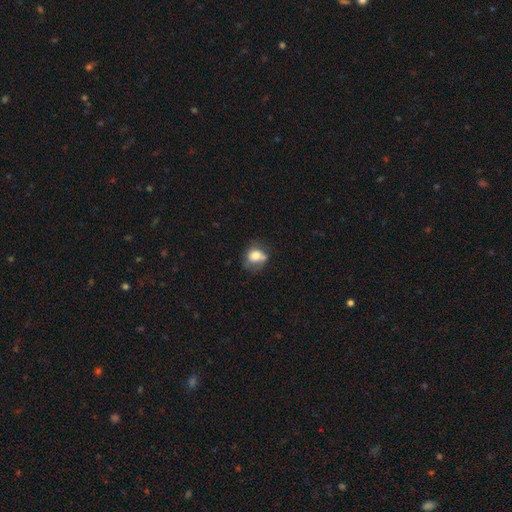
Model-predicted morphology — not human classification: Smooth or featured? smooth (67%)
How rounded? round (51%)
Merging? none (43%)